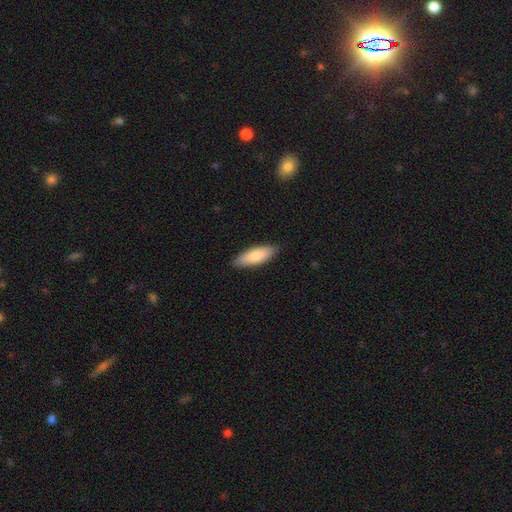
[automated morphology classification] smooth_or_featured: smooth (p=0.83) [alt: featured or disk p=0.12]
how_rounded: in between (p=0.62) [alt: cigar-shaped p=0.37]
merging: none (p=0.88) [alt: minor disturbance p=0.10]